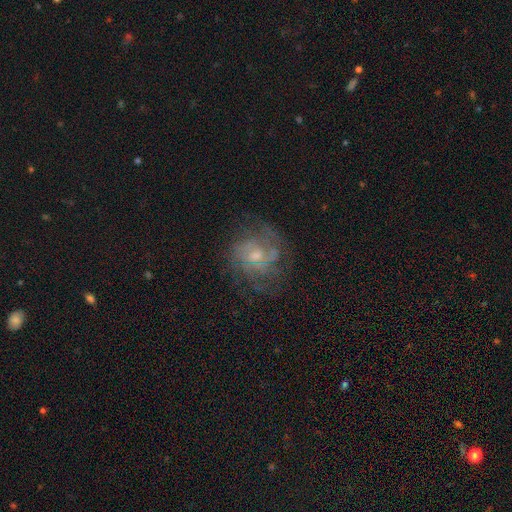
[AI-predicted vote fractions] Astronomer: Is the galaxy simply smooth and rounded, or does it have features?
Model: featured or disk — 72%.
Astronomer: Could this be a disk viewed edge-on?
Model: no — 98%.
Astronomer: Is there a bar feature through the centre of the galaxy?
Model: no — 60% (runner-up: weak, 35%).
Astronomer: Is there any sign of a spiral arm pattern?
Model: yes — 81%.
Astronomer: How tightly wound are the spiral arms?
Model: tight — 42% (runner-up: medium, 41%).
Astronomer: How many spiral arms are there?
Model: can't tell — 44% (runner-up: 2, 19%).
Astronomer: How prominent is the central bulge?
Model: moderate — 45% (runner-up: small, 42%).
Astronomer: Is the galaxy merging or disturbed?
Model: none — 64%.